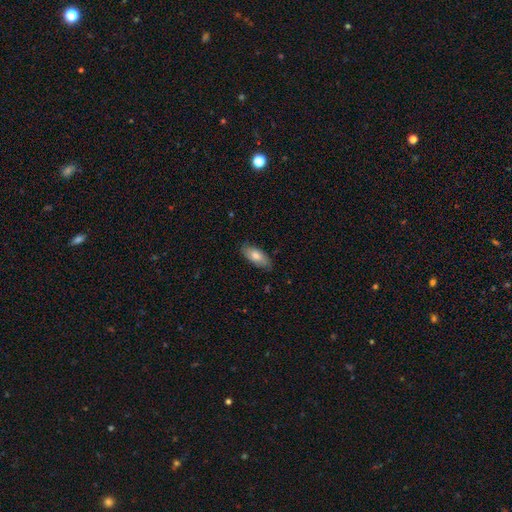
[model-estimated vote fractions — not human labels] Q: Smooth or featured?
A: smooth (74%); runner-up: featured or disk (20%)
Q: How rounded?
A: in between (87%); runner-up: cigar-shaped (11%)
Q: Merging?
A: none (83%); runner-up: minor disturbance (14%)